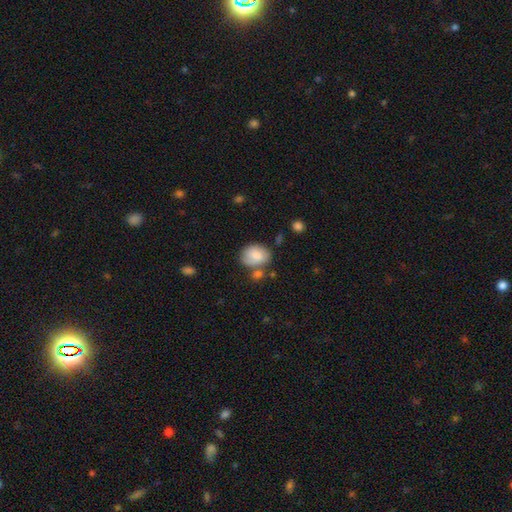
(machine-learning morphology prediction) Q: Smooth or featured?
A: smooth (79%); runner-up: featured or disk (14%)
Q: How rounded?
A: in between (65%); runner-up: round (34%)
Q: Merging?
A: none (56%); runner-up: minor disturbance (22%)